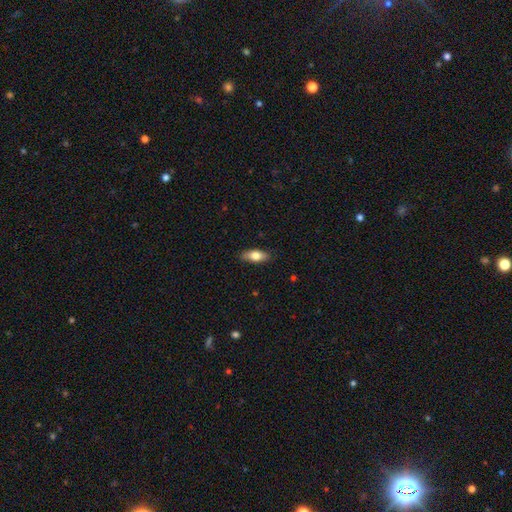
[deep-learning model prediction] A smooth galaxy with no disk features (75%) that is in between round and cigar-shaped (78%). Merging: none (86%).